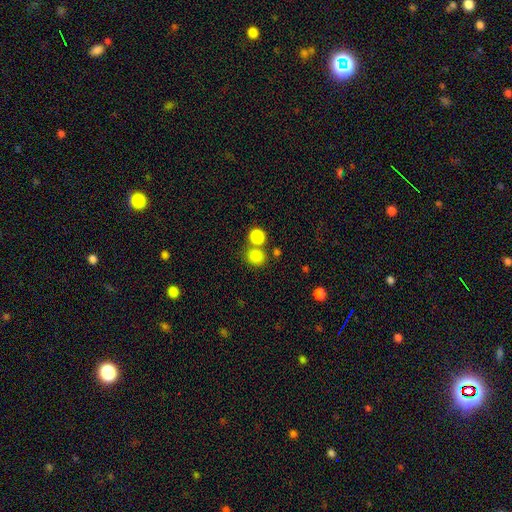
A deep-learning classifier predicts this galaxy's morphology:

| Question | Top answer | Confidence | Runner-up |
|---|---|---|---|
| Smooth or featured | smooth | 83% | star or artifact (12%) |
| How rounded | round | 75% | in between (24%) |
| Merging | none | 57% | merger (30%) |